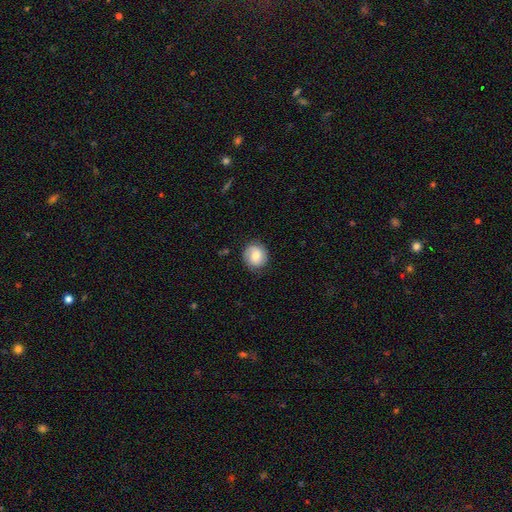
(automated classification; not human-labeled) This appears to be a smooth galaxy with no disk features (65%) that is round (83%). Merging: none (82%).